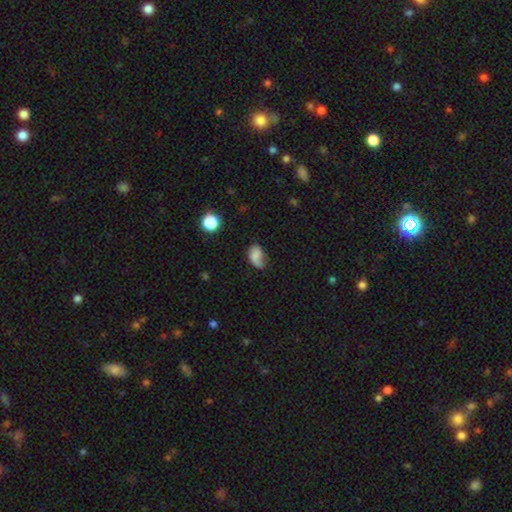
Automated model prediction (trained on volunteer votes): This appears to be a smooth galaxy with no disk features (61%) that is in between round and cigar-shaped (82%). Merging: none (43%).